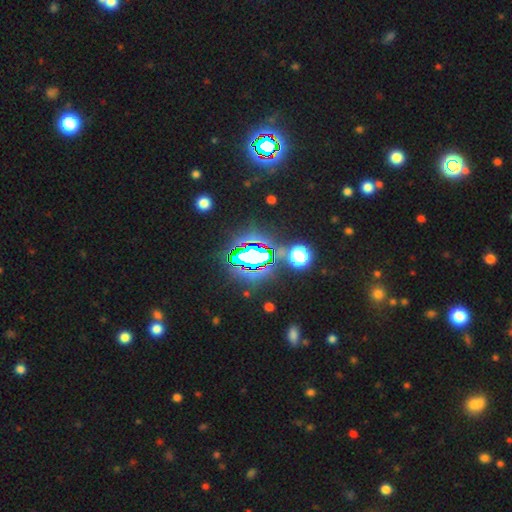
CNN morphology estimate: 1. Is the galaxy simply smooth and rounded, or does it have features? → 76% star or artifact, 14% smooth, 10% featured or disk.